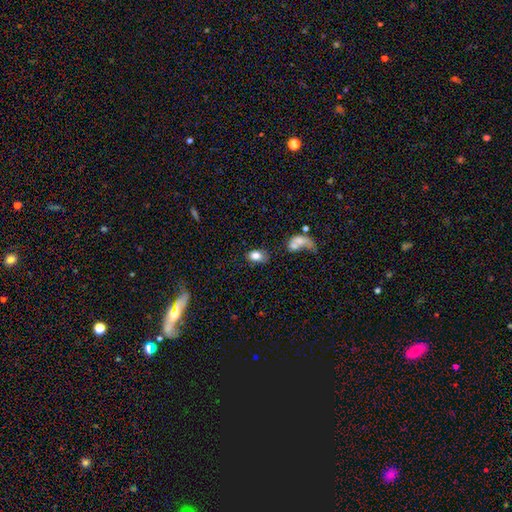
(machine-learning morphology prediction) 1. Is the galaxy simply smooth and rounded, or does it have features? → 80% smooth, 11% featured or disk, 9% star or artifact.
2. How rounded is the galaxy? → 83% in between, 16% round, 2% cigar-shaped.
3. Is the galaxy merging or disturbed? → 63% none, 15% minor disturbance, 12% merger, 10% major disturbance.